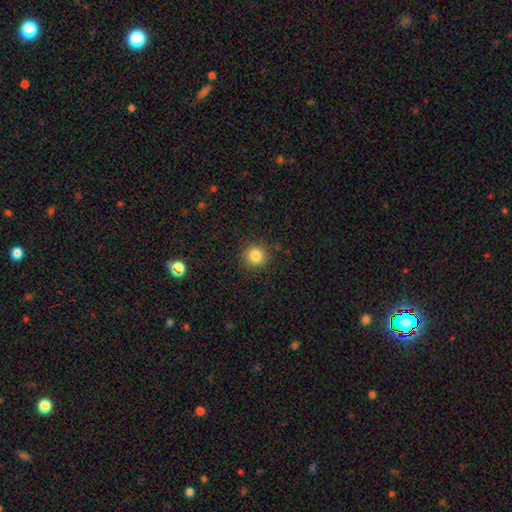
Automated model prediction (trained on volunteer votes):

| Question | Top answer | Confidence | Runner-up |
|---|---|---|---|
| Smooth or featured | smooth | 84% | star or artifact (11%) |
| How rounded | round | 94% | in between (5%) |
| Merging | none | 89% | minor disturbance (7%) |